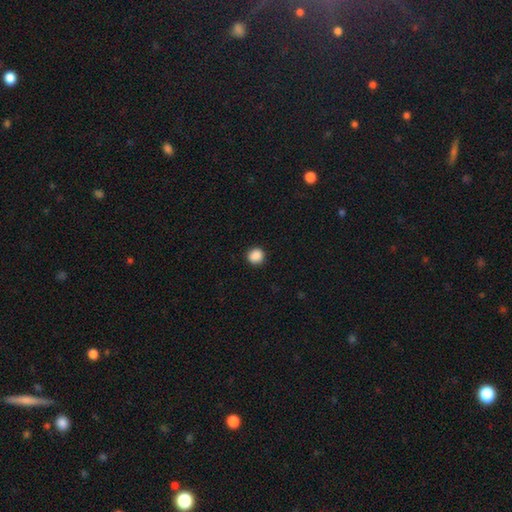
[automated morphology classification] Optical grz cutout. It shows a smooth galaxy with no disk features (89%) that is round (91%). Merging: none (92%).